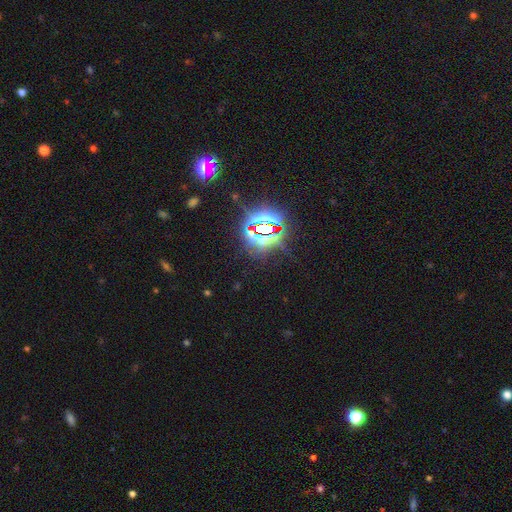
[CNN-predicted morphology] type=star or artifact (84%).